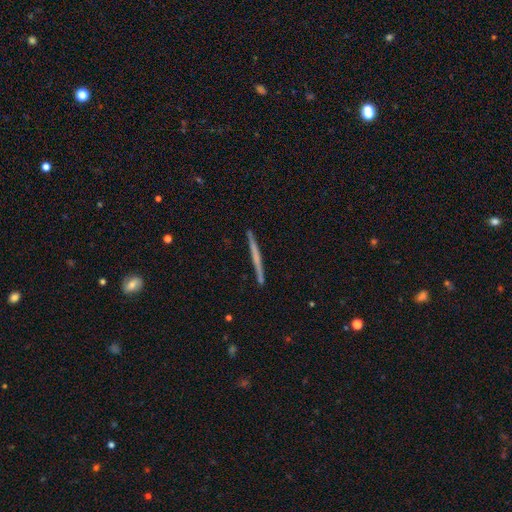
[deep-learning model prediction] Smooth or featured?
  - featured or disk: 53% *
  - smooth: 41%
  - star or artifact: 5%
Edge-on disk?
  - yes: 98% *
  - no: 2%
Edge-on bulge?
  - none: 84% *
  - rounded: 11%
  - boxy: 5%
Merging?
  - none: 92% *
  - minor disturbance: 6%
  - merger: 1%
  - major disturbance: 1%